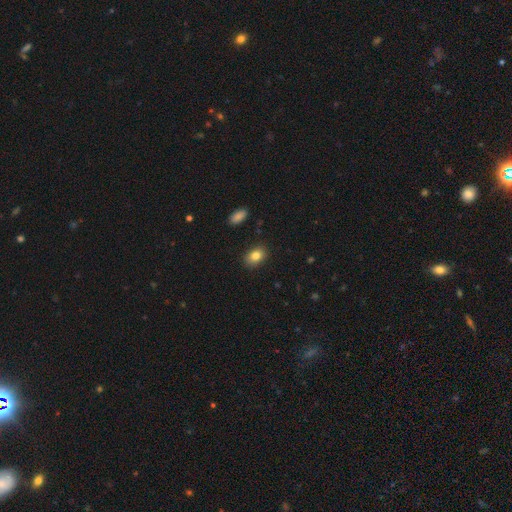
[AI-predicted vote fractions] smooth_or_featured: smooth (p=0.83) [alt: star or artifact p=0.09]
how_rounded: in between (p=0.76) [alt: round p=0.23]
merging: none (p=0.88) [alt: minor disturbance p=0.09]